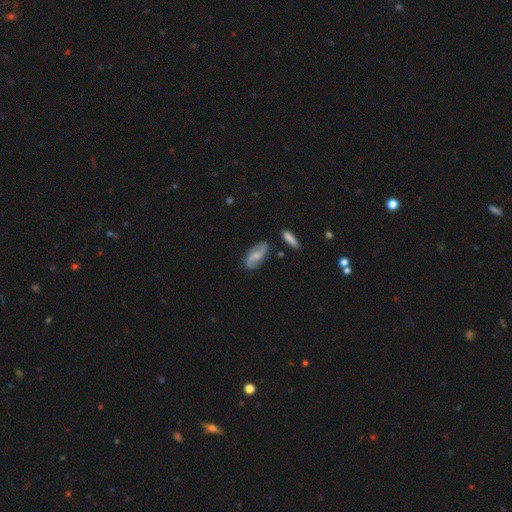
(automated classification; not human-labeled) Smooth or featured? Predicted: featured or disk (p=0.59). Edge-on disk? Predicted: no (p=0.93). Bar? Predicted: no (p=0.45). Spiral arms? Predicted: yes (p=0.91). Bulge size? Predicted: small (p=0.40). Merging? Predicted: none (p=0.77).